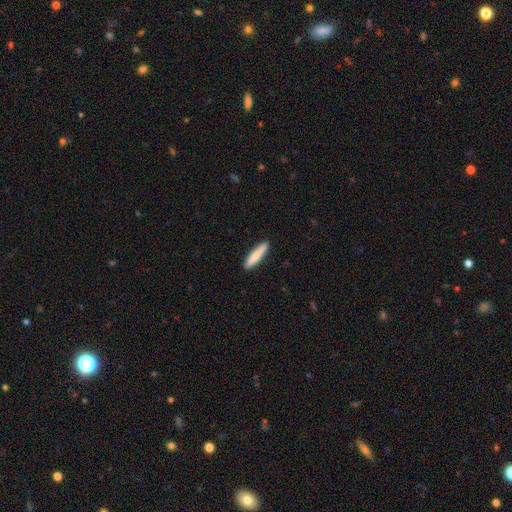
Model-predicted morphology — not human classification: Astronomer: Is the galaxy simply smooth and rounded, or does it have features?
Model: smooth — 79%.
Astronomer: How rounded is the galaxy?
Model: cigar-shaped — 87%.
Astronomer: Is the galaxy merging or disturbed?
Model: none — 91%.